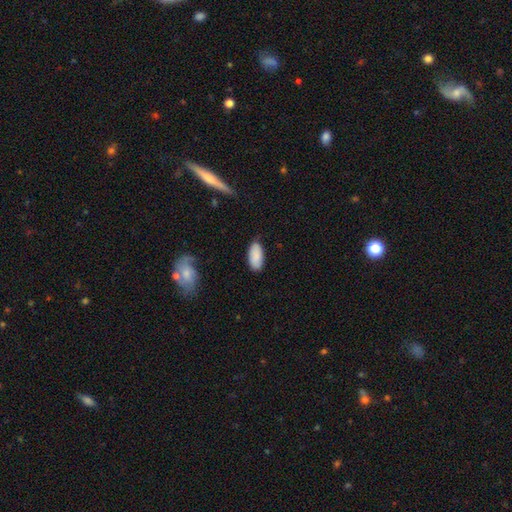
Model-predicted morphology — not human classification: A smooth galaxy with no disk features (88%) that is in between round and cigar-shaped (93%).

Vote fractions:
- Smooth or featured? smooth: 88% / featured or disk: 6% / star or artifact: 6%
- How rounded? in between: 93% / cigar-shaped: 5% / round: 2%
- Merging? none: 79% / minor disturbance: 17% / major disturbance: 3% / merger: 2%